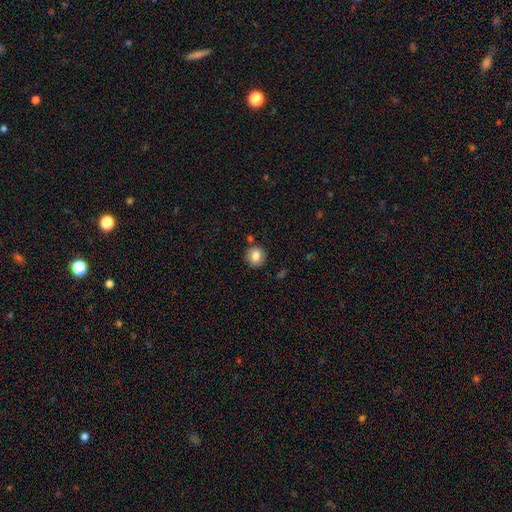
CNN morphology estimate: type=smooth (83%); roundness=round (86%); merging=none (83%).